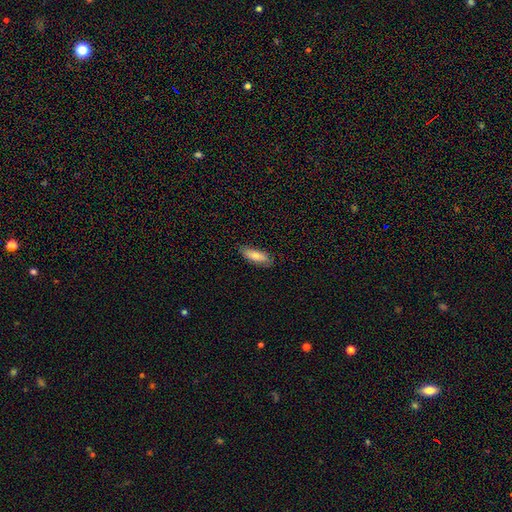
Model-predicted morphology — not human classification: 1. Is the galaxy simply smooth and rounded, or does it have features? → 75% smooth, 19% featured or disk, 6% star or artifact.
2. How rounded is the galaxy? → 62% in between, 35% cigar-shaped, 2% round.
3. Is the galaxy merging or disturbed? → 81% none, 16% minor disturbance, 3% major disturbance, 1% merger.